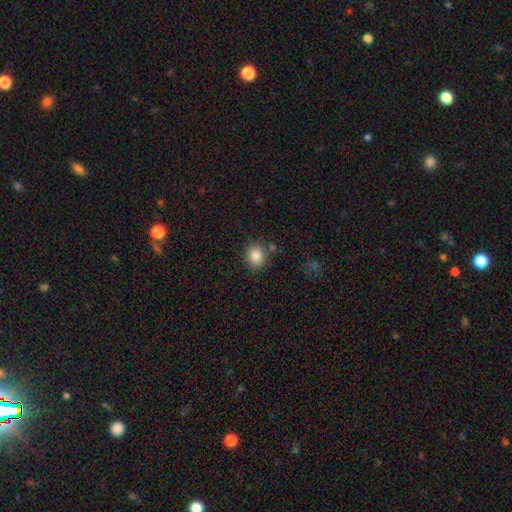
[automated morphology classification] smooth 85%, star or artifact 10%, featured or disk 5%. Down the decision tree: how rounded — round (74%); merging — none (81%).